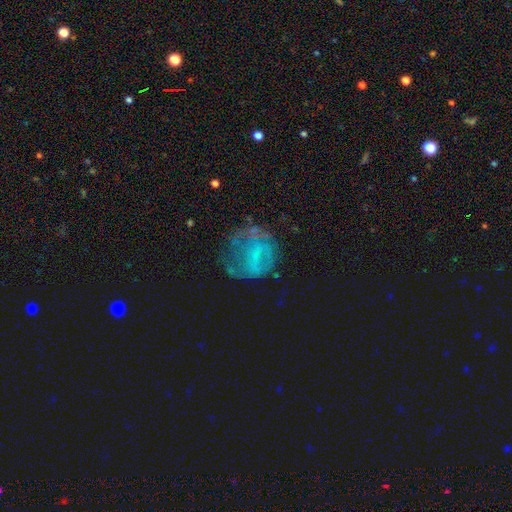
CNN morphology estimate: Smooth or featured? Predicted: featured or disk (p=0.53). Edge-on disk? Predicted: no (p=0.97). Bar? Predicted: no (p=0.61). Spiral arms? Predicted: no (p=0.61). Bulge size? Predicted: none (p=0.59). Merging? Predicted: none (p=0.51).